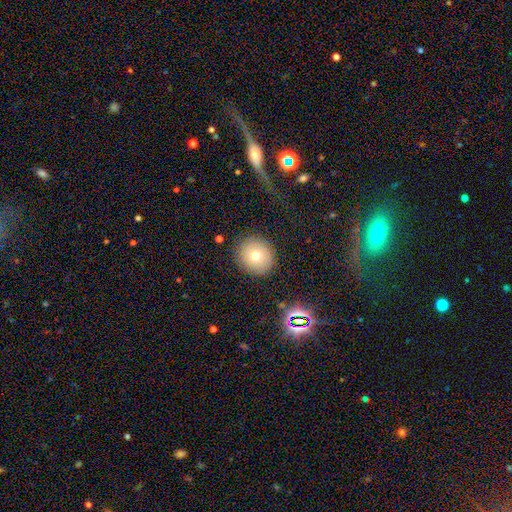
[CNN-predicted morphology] Smooth or featured? smooth (71%)
How rounded? round (86%)
Merging? none (87%)